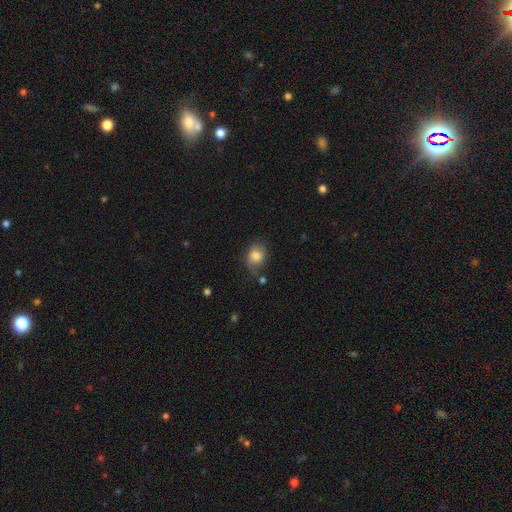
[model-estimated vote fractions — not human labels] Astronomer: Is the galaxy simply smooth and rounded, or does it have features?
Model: smooth — 75%.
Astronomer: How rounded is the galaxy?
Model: in between — 70%.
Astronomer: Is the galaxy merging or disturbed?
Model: none — 56%.